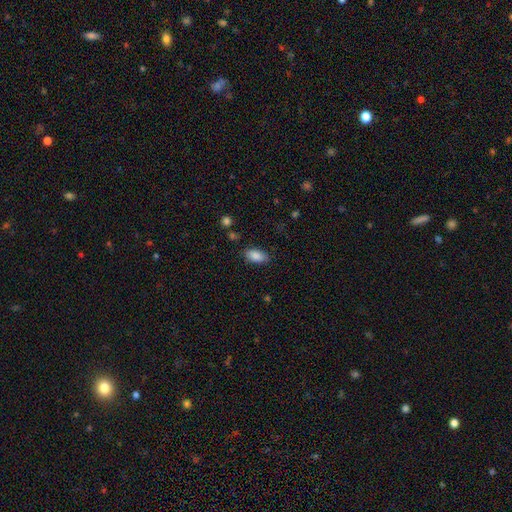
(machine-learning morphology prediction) The model was most divided on "merging": none: 82%, minor disturbance: 13%, major disturbance: 3%, merger: 2%. More confident: how rounded — in between (93%); smooth or featured — smooth (87%).